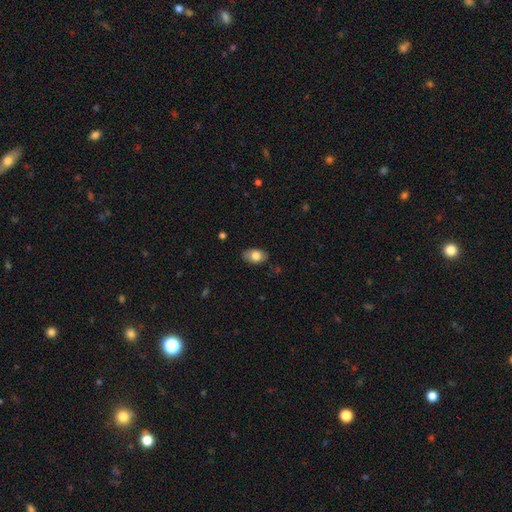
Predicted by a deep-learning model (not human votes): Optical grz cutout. It shows a smooth galaxy with no disk features (78%) that is in between round and cigar-shaped (89%). Merging: none (84%).